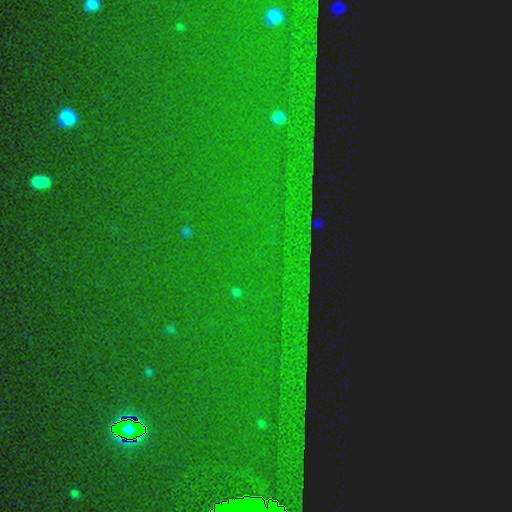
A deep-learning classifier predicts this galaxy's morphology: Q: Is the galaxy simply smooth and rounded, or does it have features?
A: star or artifact — 87%.